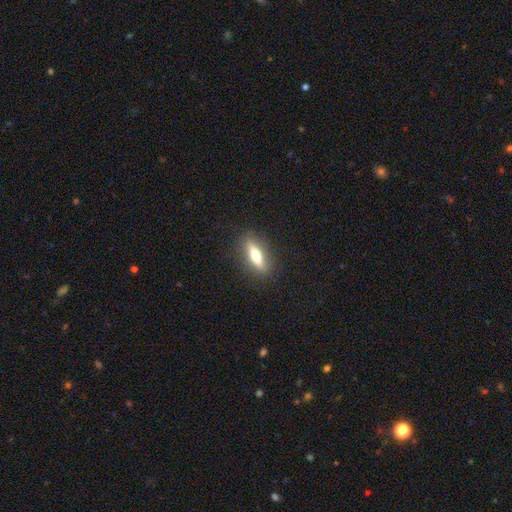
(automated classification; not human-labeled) A smooth galaxy with no disk features (54%) that is cigar-shaped (61%). Merging: none (87%).